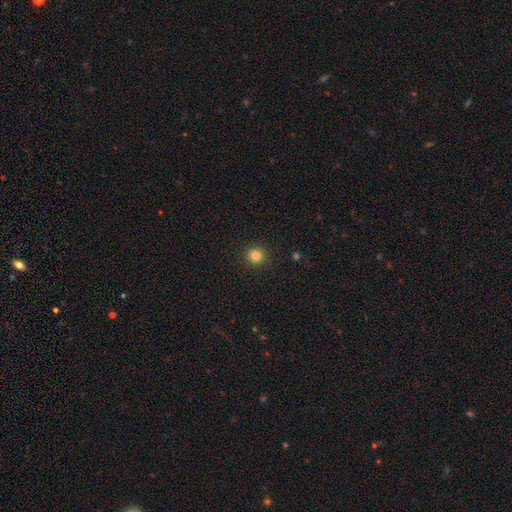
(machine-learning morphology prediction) smooth-or-featured: smooth: 83% | star or artifact: 12% | featured or disk: 5%
  how-rounded: round: 93% | in between: 6% | cigar-shaped: 1%
  merging: none: 92% | minor disturbance: 5% | major disturbance: 2% | merger: 1%